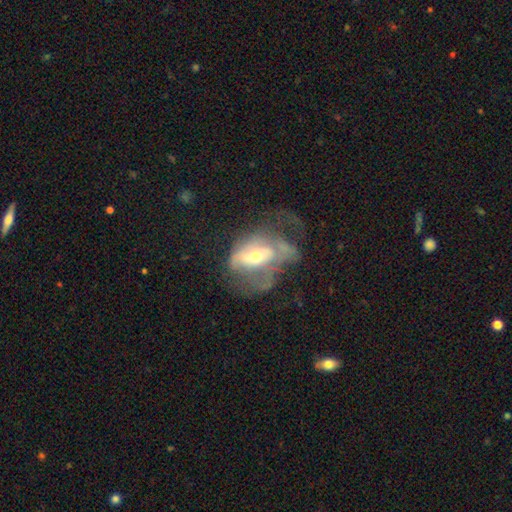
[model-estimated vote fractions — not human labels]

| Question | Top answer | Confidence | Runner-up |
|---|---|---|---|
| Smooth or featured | featured or disk | 61% | smooth (31%) |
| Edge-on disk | no | 93% | yes (7%) |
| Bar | no | 65% | weak (25%) |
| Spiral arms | no | 60% | yes (40%) |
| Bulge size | moderate | 58% | small (33%) |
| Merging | major disturbance | 54% | none (20%) |